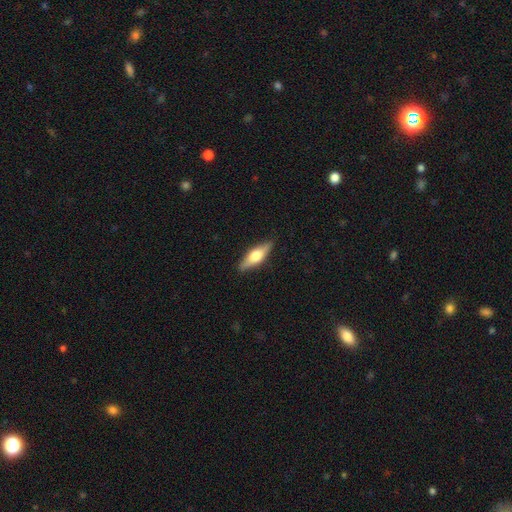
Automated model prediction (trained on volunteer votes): This is possibly a smooth galaxy (49%). Merging: clearly none (88%).